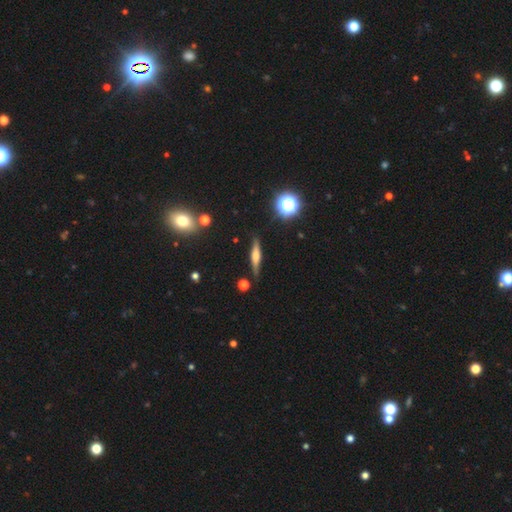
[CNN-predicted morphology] smooth-or-featured: featured or disk: 56% | smooth: 34% | star or artifact: 10%
  disk-edge-on: yes: 94% | no: 6%
    edge-on-bulge: rounded: 69% | boxy: 21% | none: 10%
  merging: none: 84% | minor disturbance: 11% | major disturbance: 3% | merger: 2%